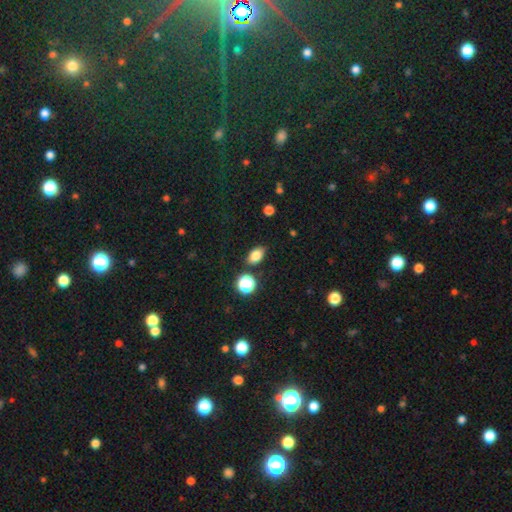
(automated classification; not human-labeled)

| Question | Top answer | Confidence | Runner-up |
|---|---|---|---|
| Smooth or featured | smooth | 80% | star or artifact (12%) |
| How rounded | in between | 82% | round (16%) |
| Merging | none | 81% | minor disturbance (12%) |